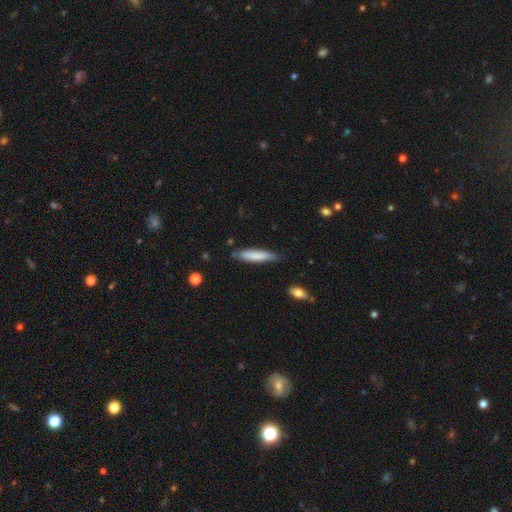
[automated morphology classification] smooth_or_featured: smooth (p=0.78) [alt: featured or disk p=0.16]
how_rounded: cigar-shaped (p=0.82) [alt: in between p=0.16]
merging: none (p=0.72) [alt: minor disturbance p=0.22]